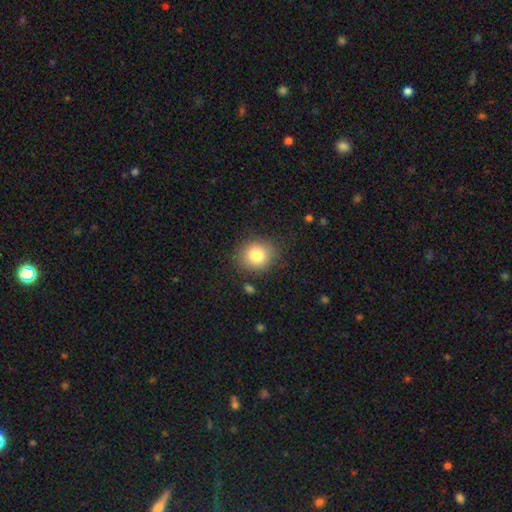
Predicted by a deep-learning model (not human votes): The model was most divided on "how rounded": round: 78%, in between: 21%, cigar-shaped: 1%. More confident: merging — none (84%); smooth or featured — smooth (82%).